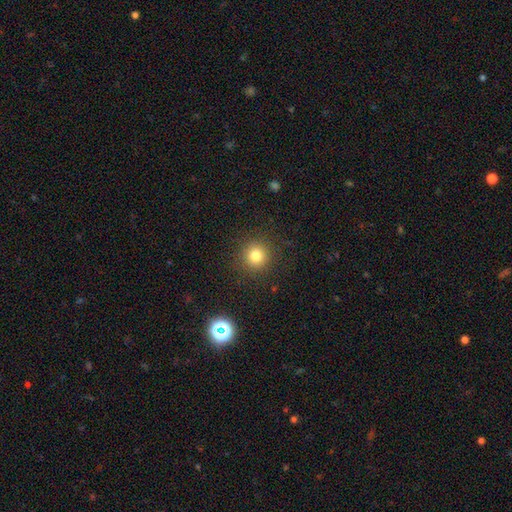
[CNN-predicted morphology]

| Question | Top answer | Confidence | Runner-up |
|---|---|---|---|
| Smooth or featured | smooth | 80% | star or artifact (14%) |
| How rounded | round | 95% | in between (4%) |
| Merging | none | 90% | minor disturbance (6%) |